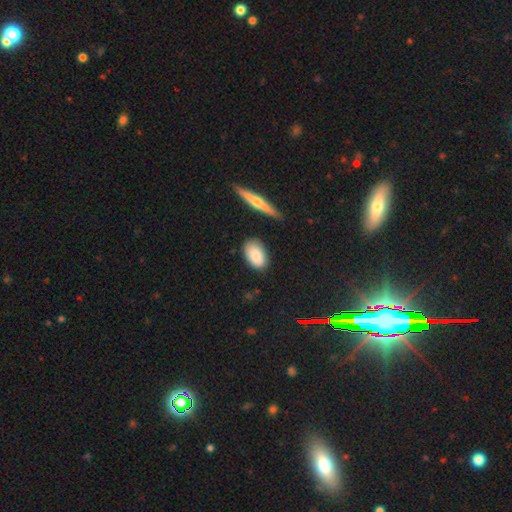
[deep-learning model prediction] Morphology: type=smooth (83%); roundness=in between (89%); merging=none (79%).